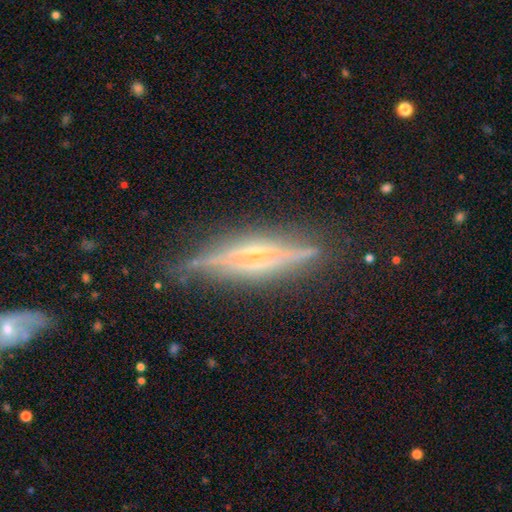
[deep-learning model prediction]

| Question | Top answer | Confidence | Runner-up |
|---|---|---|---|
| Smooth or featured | featured or disk | 82% | smooth (10%) |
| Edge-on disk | yes | 94% | no (6%) |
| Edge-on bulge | rounded | 60% | none (21%) |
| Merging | none | 81% | minor disturbance (14%) |